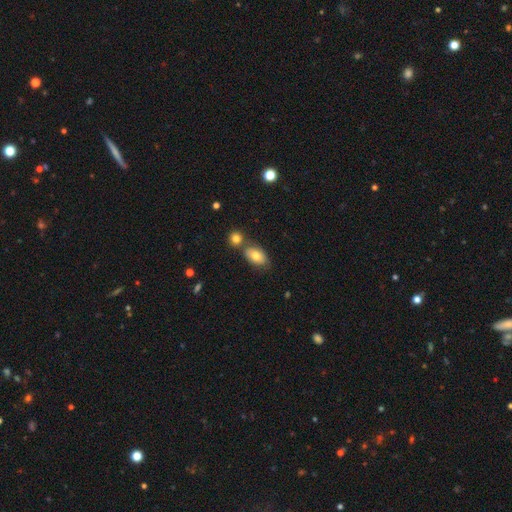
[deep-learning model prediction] smooth_or_featured: smooth (p=0.75) [alt: featured or disk p=0.17]
how_rounded: in between (p=0.88) [alt: round p=0.10]
merging: none (p=0.56) [alt: merger p=0.27]